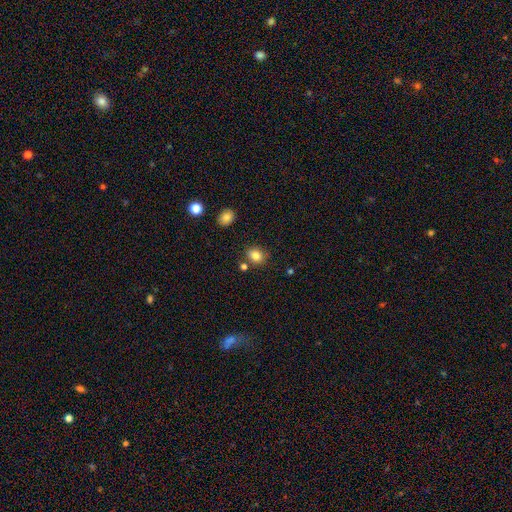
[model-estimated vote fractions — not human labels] Smooth or featured? Predicted: smooth (p=0.83). How rounded? Predicted: round (p=0.60). Merging? Predicted: none (p=0.78).